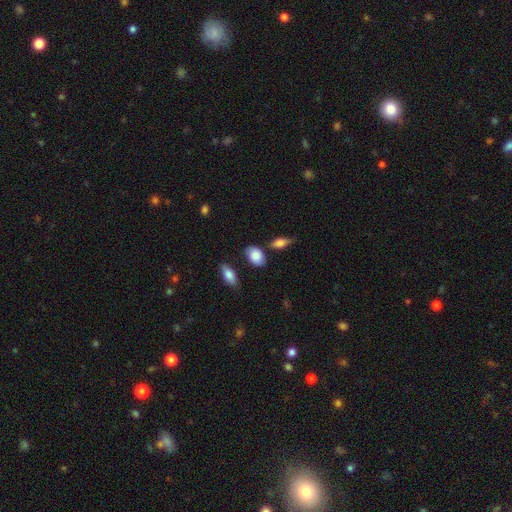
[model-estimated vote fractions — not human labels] smooth_or_featured: smooth (p=0.85) [alt: featured or disk p=0.08]
how_rounded: in between (p=0.82) [alt: round p=0.16]
merging: none (p=0.69) [alt: minor disturbance p=0.20]